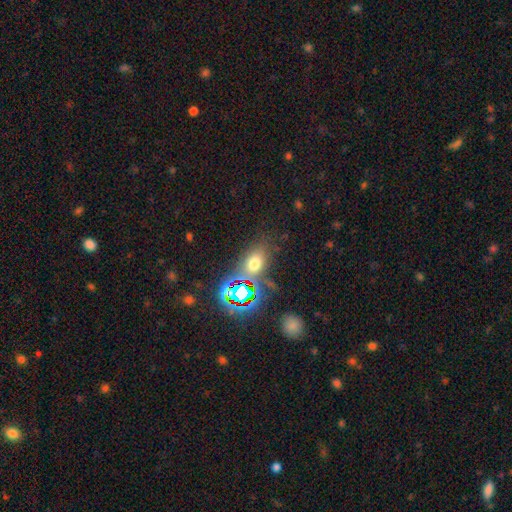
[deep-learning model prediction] Overall: smooth (53%; star or artifact 37%). How rounded: in between (67%; round 29%). Merging: none (72%).